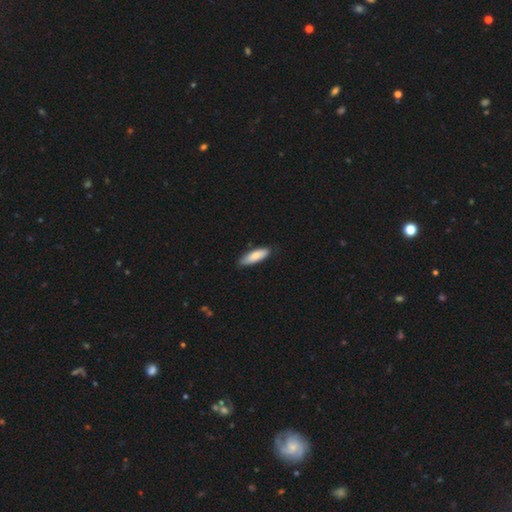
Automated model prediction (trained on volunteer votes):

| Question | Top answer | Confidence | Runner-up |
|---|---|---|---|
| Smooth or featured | smooth | 81% | featured or disk (14%) |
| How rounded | in between | 51% | cigar-shaped (48%) |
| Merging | none | 84% | minor disturbance (13%) |